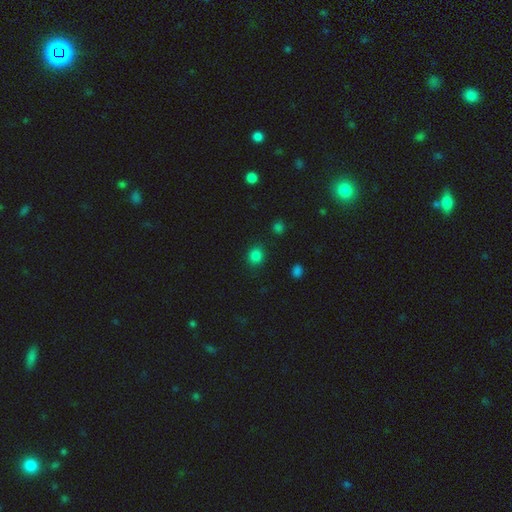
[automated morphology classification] smooth 83%, star or artifact 14%, featured or disk 4%. Down the decision tree: how rounded — round (80%); merging — none (87%).